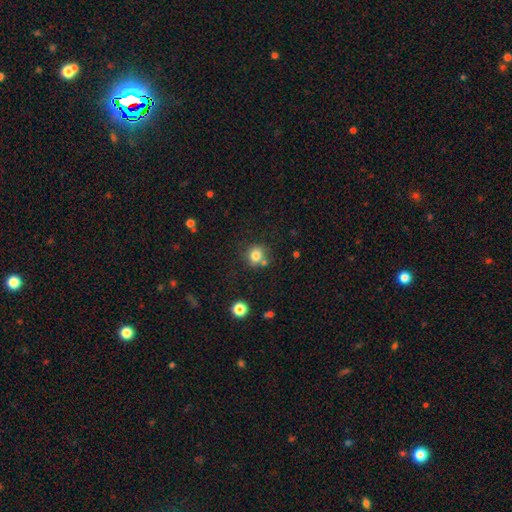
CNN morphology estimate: Smooth or featured? Predicted: smooth (p=0.80). How rounded? Predicted: round (p=0.80). Merging? Predicted: none (p=0.68).